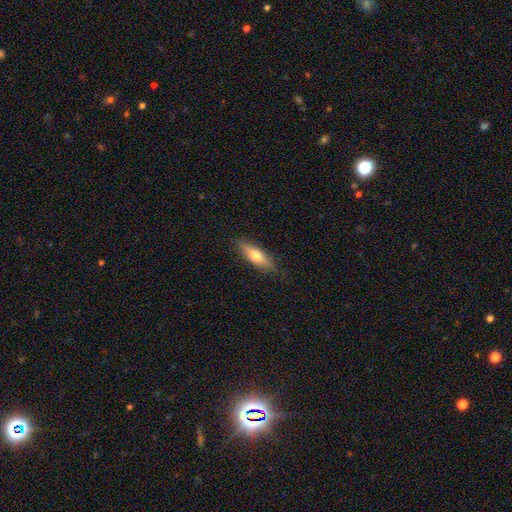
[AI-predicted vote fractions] This is likely a smooth galaxy (67%). How rounded: possibly cigar-shaped (51%). Merging: clearly none (84%).